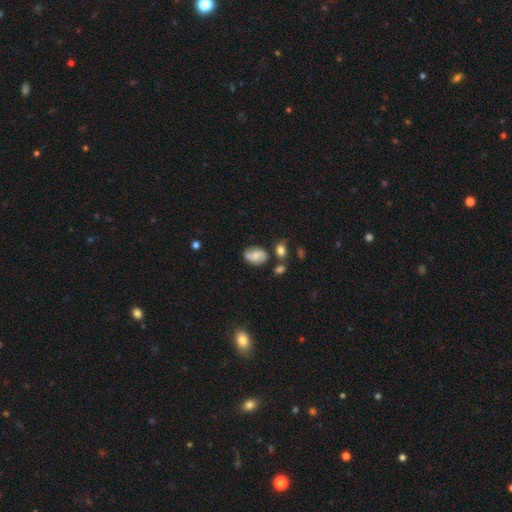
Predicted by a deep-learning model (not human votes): A smooth galaxy with no disk features (49%). Merging: none (60%).